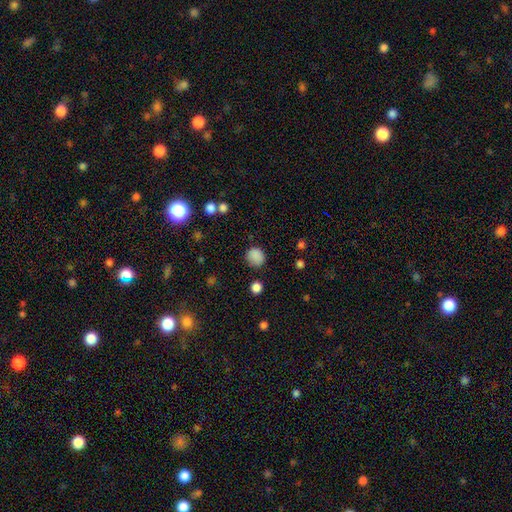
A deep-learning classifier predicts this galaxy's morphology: Smooth or featured? smooth (85%)
How rounded? round (79%)
Merging? none (79%)